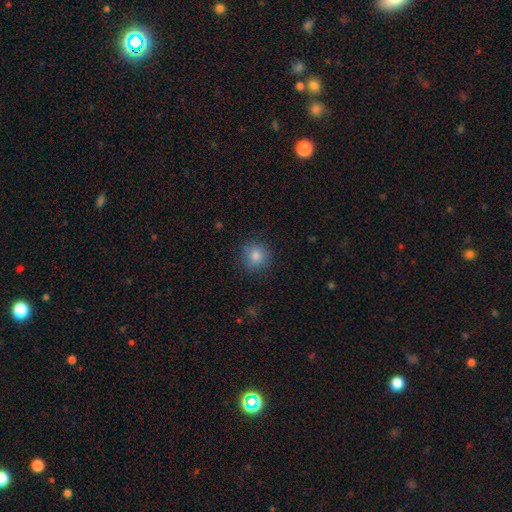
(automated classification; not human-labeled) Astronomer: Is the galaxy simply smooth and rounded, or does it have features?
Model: smooth — 81%.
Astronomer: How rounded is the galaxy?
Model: round — 92%.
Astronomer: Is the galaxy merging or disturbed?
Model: none — 87%.